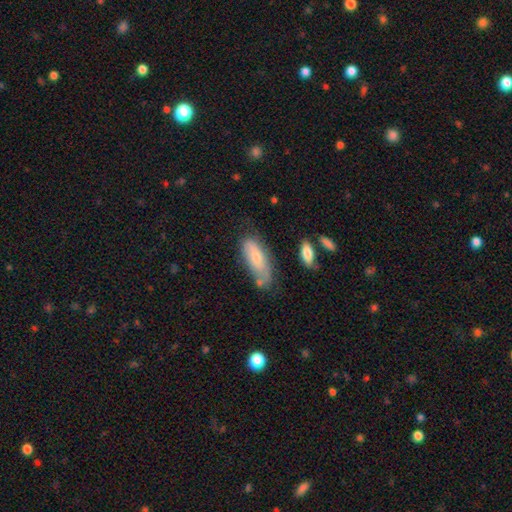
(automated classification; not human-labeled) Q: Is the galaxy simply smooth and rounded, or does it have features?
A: smooth — 55%.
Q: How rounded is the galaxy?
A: in between — 68%.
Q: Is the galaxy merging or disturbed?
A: none — 57%.